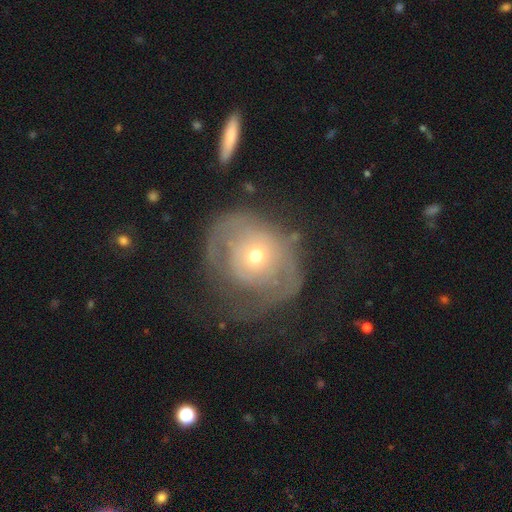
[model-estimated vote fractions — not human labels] smooth-or-featured: featured or disk: 64% | smooth: 28% | star or artifact: 8%
  disk-edge-on: no: 96% | yes: 4%
    bar: no: 84% | weak: 13% | strong: 3%
    has-spiral-arms: yes: 65% | no: 35%
    bulge-size: moderate: 49% | small: 46% | large: 4% | dominant: 1% | none: 1%
  merging: none: 43% | major disturbance: 33% | minor disturbance: 21% | merger: 3%